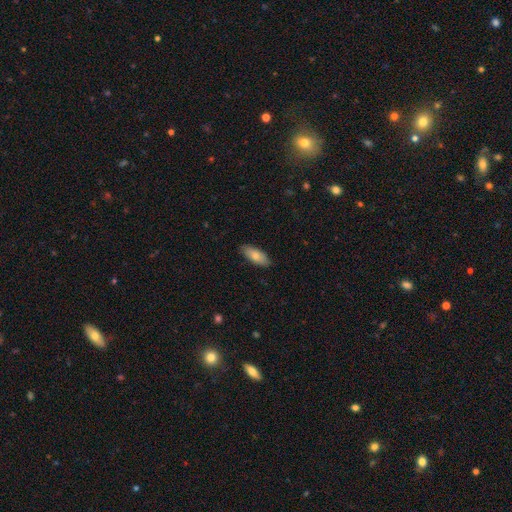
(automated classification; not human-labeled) Smooth or featured?
  - smooth: 77% *
  - featured or disk: 17%
  - star or artifact: 6%
How rounded?
  - in between: 78% *
  - cigar-shaped: 20%
  - round: 2%
Merging?
  - none: 86% *
  - minor disturbance: 11%
  - major disturbance: 2%
  - merger: 1%